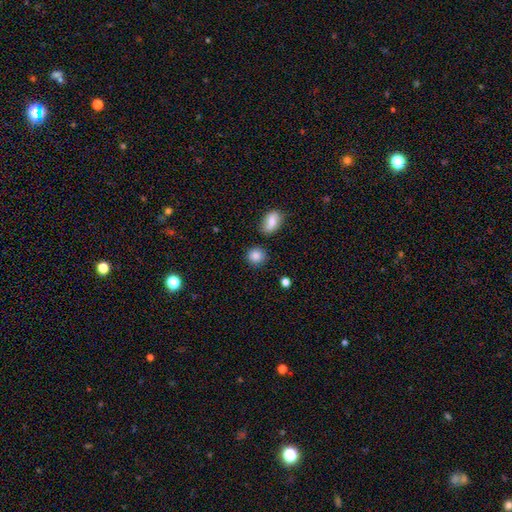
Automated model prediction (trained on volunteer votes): Q: Smooth or featured?
A: smooth (86%); runner-up: star or artifact (9%)
Q: How rounded?
A: round (87%); runner-up: in between (12%)
Q: Merging?
A: none (83%); runner-up: minor disturbance (10%)